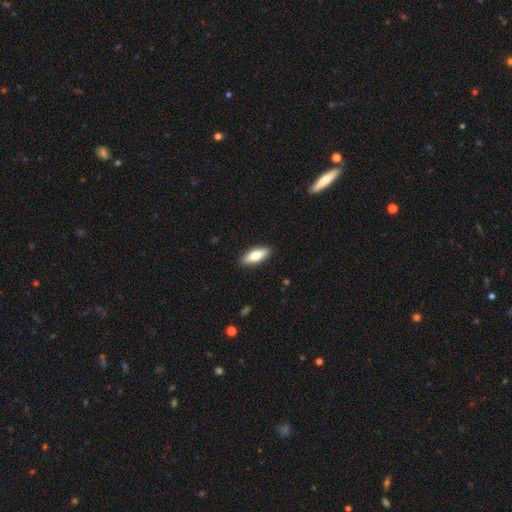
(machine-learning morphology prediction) Overall: smooth (71%). How rounded: in between (61%; cigar-shaped 36%). Merging: none (90%).